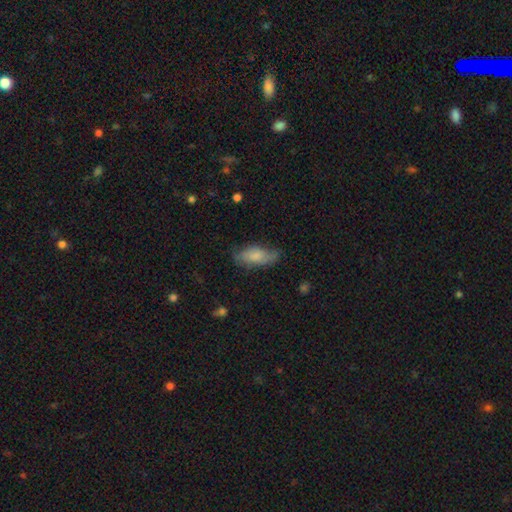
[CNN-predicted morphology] A smooth galaxy with no disk features (73%) that is in between round and cigar-shaped (83%). Merging: none (61%).